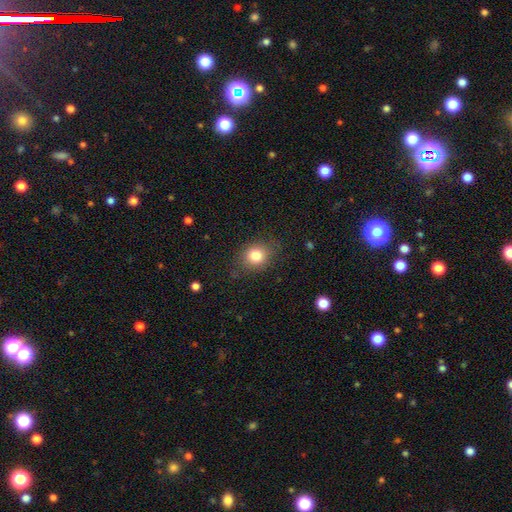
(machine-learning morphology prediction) smooth-or-featured: smooth: 81% | star or artifact: 10% | featured or disk: 8%
  how-rounded: round: 63% | in between: 36% | cigar-shaped: 1%
  merging: none: 79% | minor disturbance: 15% | major disturbance: 5% | merger: 1%